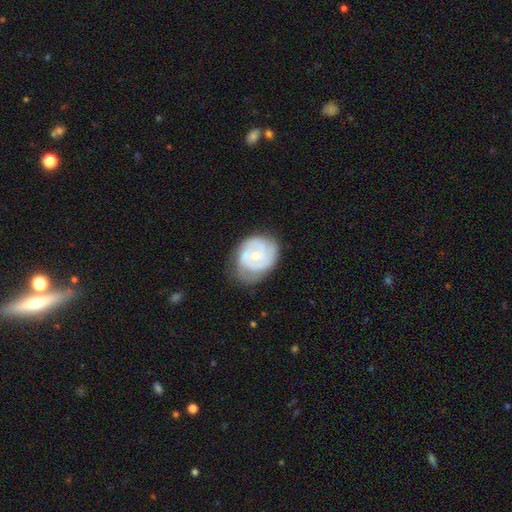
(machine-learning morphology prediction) smooth-or-featured: featured or disk: 81% | smooth: 14% | star or artifact: 5%
  disk-edge-on: no: 98% | yes: 2%
    bar: no: 69% | weak: 27% | strong: 5%
    has-spiral-arms: yes: 93% | no: 7%
      spiral-winding: tight: 63% | medium: 30% | loose: 7%
      spiral-arm-count: 2: 42% | 3: 25% | can't tell: 21% | 1: 5% | 4: 4% | more than 4: 3%
    bulge-size: small: 57% | moderate: 39% | none: 2% | large: 1% | dominant: 1%
  merging: none: 63% | minor disturbance: 26% | major disturbance: 9% | merger: 1%